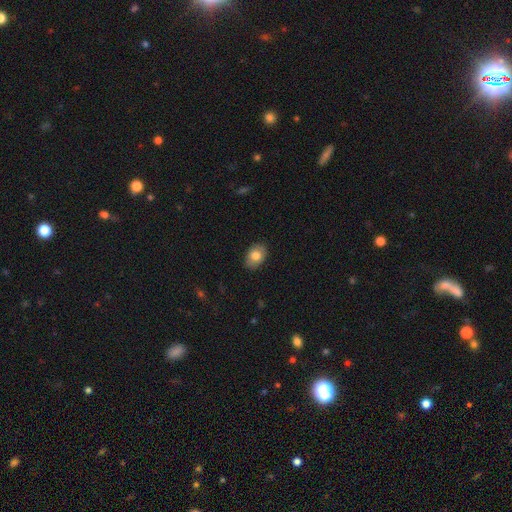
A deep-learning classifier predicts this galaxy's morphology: Smooth or featured?
  - smooth: 77% *
  - featured or disk: 16%
  - star or artifact: 7%
How rounded?
  - in between: 78% *
  - round: 21%
  - cigar-shaped: 1%
Merging?
  - none: 86% *
  - minor disturbance: 11%
  - major disturbance: 2%
  - merger: 1%